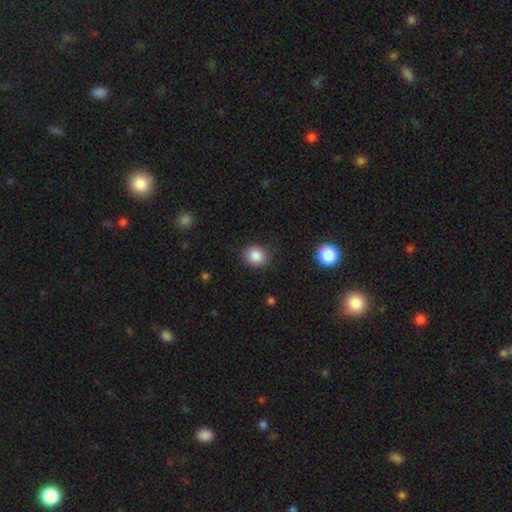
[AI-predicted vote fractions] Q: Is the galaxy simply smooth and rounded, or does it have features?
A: smooth — 87%.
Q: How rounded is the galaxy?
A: round — 70%.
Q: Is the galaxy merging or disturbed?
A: none — 87%.